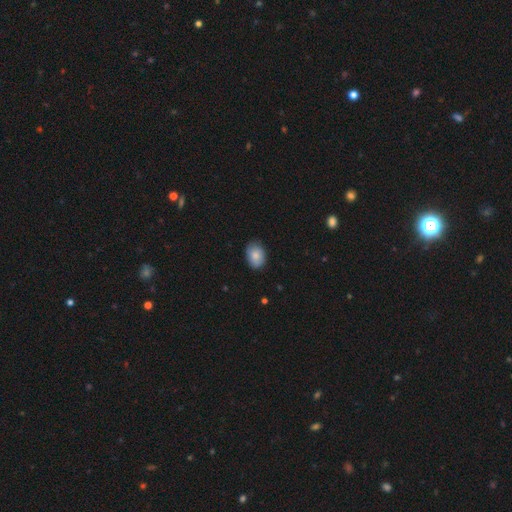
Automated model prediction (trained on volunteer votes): Q: Smooth or featured?
A: smooth (83%); runner-up: featured or disk (10%)
Q: How rounded?
A: in between (75%); runner-up: round (24%)
Q: Merging?
A: none (82%); runner-up: minor disturbance (15%)